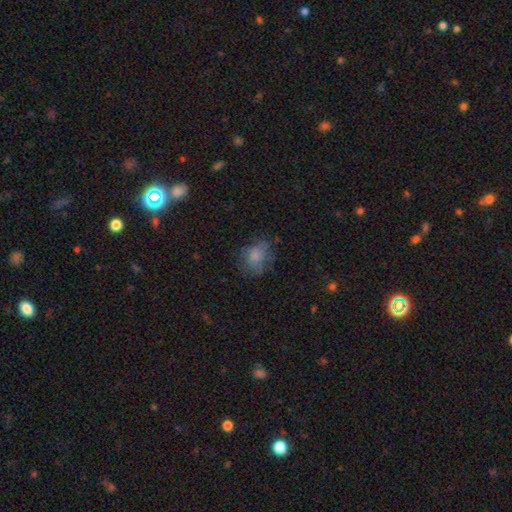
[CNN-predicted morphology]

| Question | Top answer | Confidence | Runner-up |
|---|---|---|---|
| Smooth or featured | smooth | 67% | featured or disk (20%) |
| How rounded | round | 51% | in between (48%) |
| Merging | none | 54% | minor disturbance (25%) |